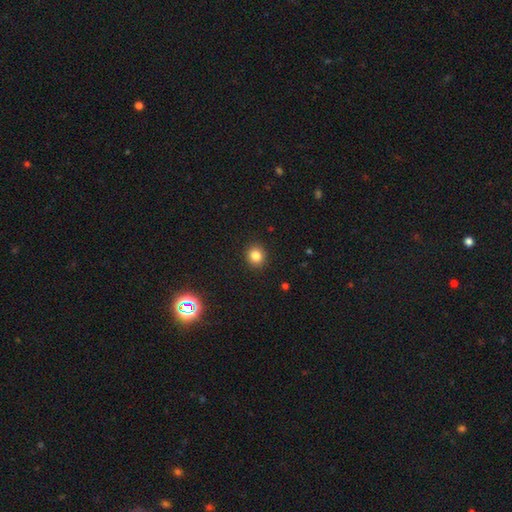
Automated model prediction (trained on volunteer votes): smooth 83%, star or artifact 12%, featured or disk 5%. Down the decision tree: how rounded — round (85%); merging — none (92%).